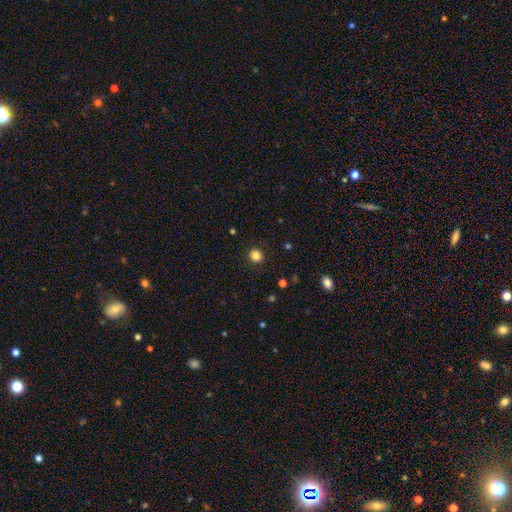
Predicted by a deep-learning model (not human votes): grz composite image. It shows a smooth galaxy with no disk features (84%) that is round (87%). Merging: none (92%).